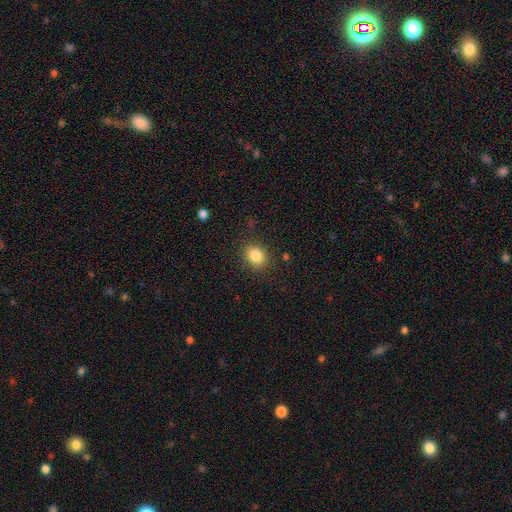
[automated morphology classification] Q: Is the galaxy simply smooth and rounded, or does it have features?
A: smooth — 84%.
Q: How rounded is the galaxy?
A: round — 53%.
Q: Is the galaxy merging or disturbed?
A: none — 85%.